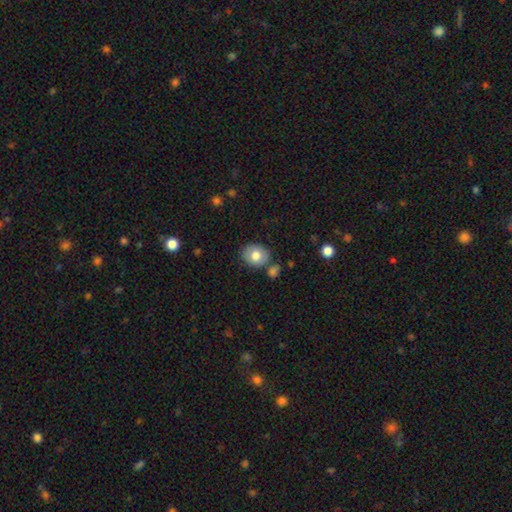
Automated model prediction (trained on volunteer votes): Overall: smooth (76%). How rounded: round (57%; in between 42%). Merging: none (75%).